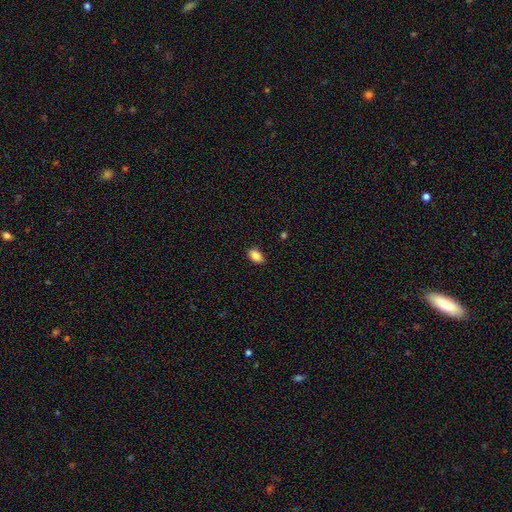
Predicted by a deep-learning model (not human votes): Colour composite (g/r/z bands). It shows a smooth galaxy with no disk features (86%) that is in between round and cigar-shaped (86%). Merging: none (87%).